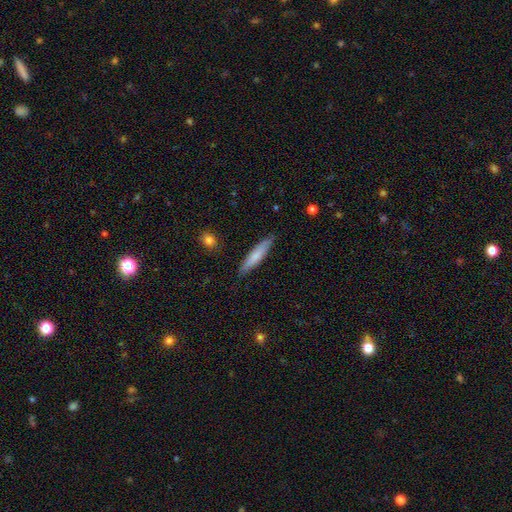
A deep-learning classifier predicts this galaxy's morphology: This appears to be a smooth galaxy with no disk features (71%) that is cigar-shaped (86%). Merging: none (85%).